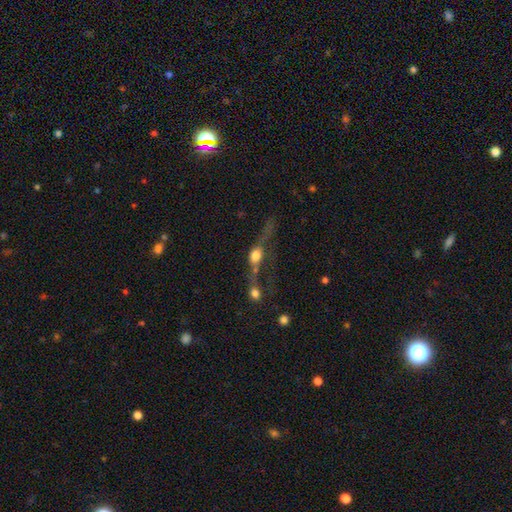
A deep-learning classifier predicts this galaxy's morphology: This appears to be a smooth galaxy with no disk features (54%) that is in between round and cigar-shaped (42%). Merging: merger (44%).